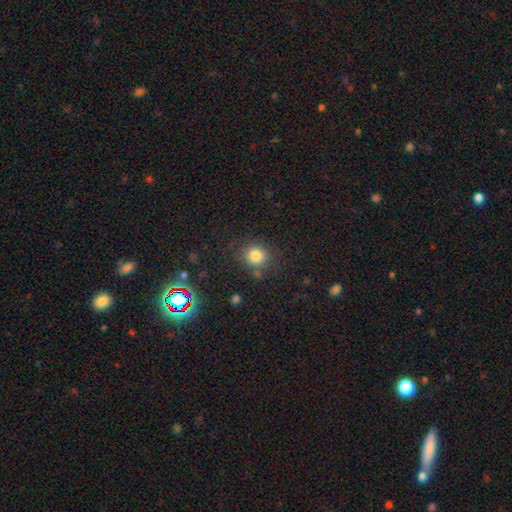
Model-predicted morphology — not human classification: Smooth or featured? Predicted: smooth (p=0.81). How rounded? Predicted: round (p=0.85). Merging? Predicted: none (p=0.80).